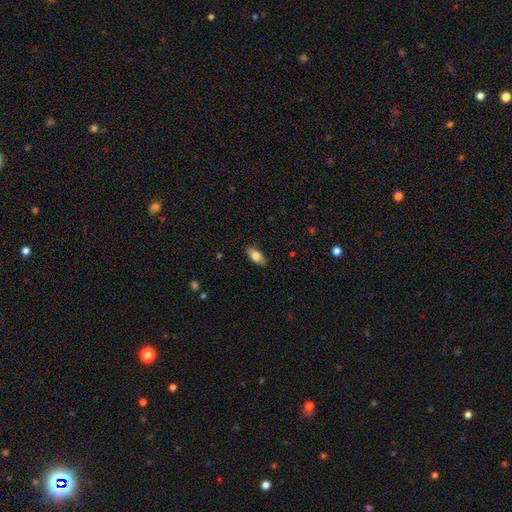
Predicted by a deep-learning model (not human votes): smooth 80%, featured or disk 13%, star or artifact 7%. Down the decision tree: how rounded — in between (88%); merging — none (85%).